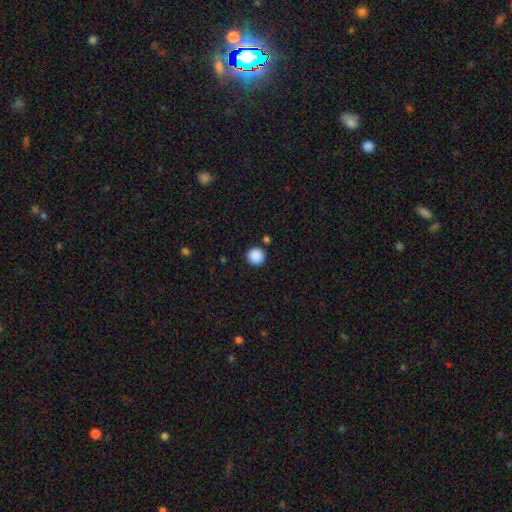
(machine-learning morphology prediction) Smooth or featured? smooth (89%)
How rounded? round (96%)
Merging? none (90%)